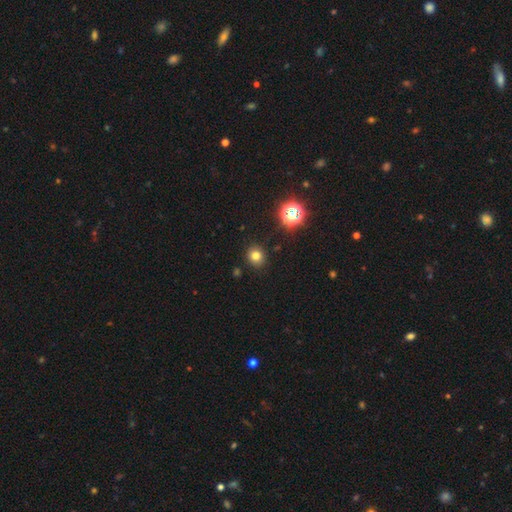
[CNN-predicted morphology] Smooth or featured? smooth (76%)
How rounded? round (81%)
Merging? none (89%)